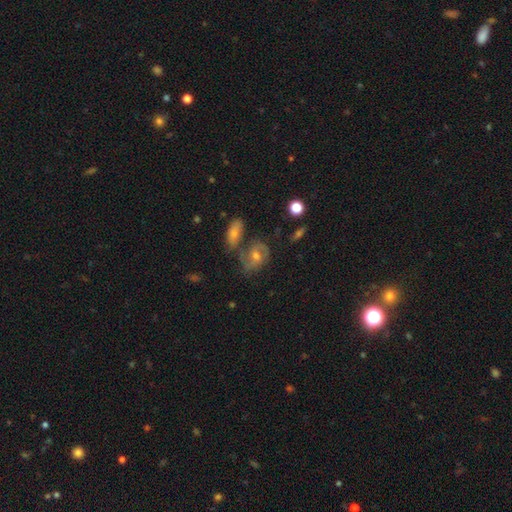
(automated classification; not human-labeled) Morphology: type=featured or disk (67%); edge-on=no (96%); bar=no (54%); spiral arms=yes (87%); winding=medium (51%); arm count=2 (72%); bulge=moderate (62%); merging=none (45%).